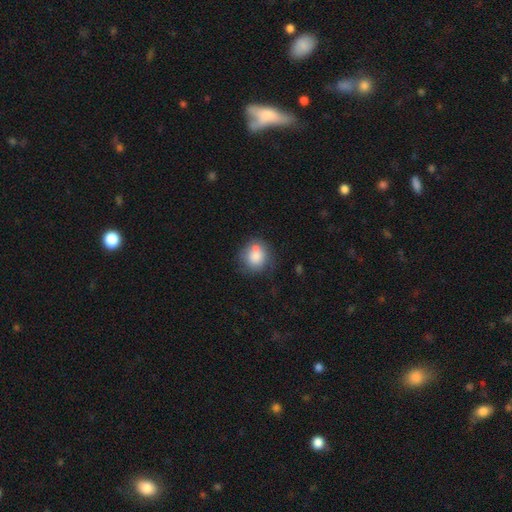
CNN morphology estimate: type=smooth (80%); roundness=round (77%); merging=none (56%).